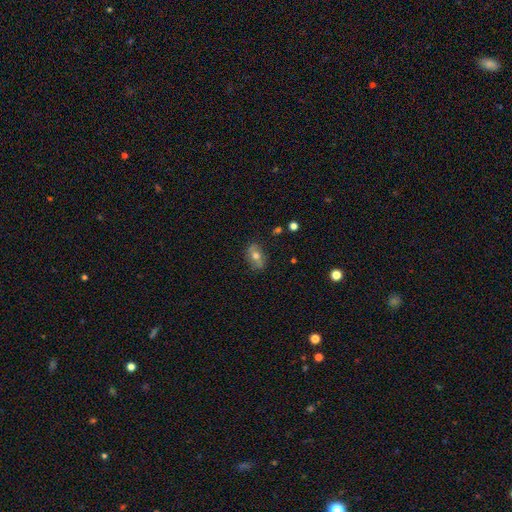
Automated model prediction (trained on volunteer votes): smooth-or-featured: smooth: 47% | featured or disk: 44% | star or artifact: 10%
  merging: none: 80% | minor disturbance: 15% | major disturbance: 4% | merger: 1%